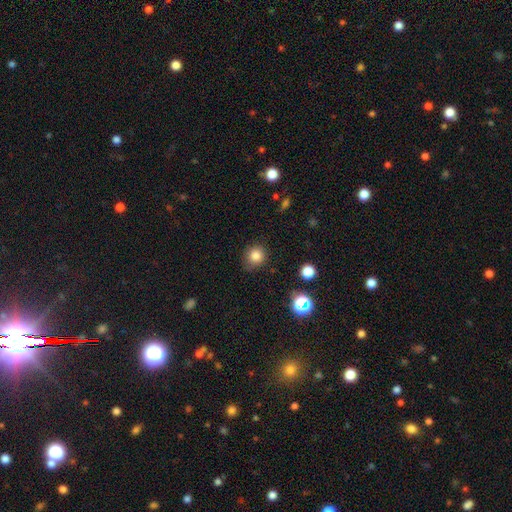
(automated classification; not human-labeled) Smooth or featured? Predicted: smooth (p=0.82). How rounded? Predicted: round (p=0.88). Merging? Predicted: none (p=0.82).